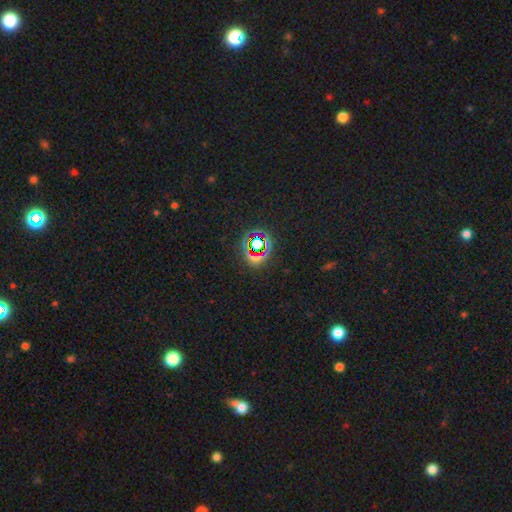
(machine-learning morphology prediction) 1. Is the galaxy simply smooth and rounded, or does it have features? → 69% star or artifact, 21% smooth, 10% featured or disk.